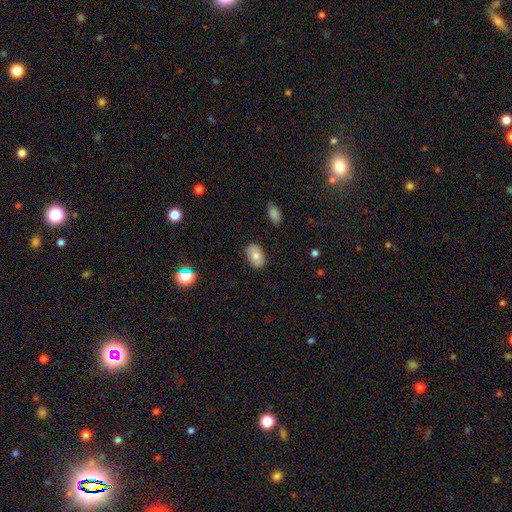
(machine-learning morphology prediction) Q: Smooth or featured?
A: smooth (75%); runner-up: featured or disk (17%)
Q: How rounded?
A: in between (87%); runner-up: round (12%)
Q: Merging?
A: none (85%); runner-up: minor disturbance (12%)